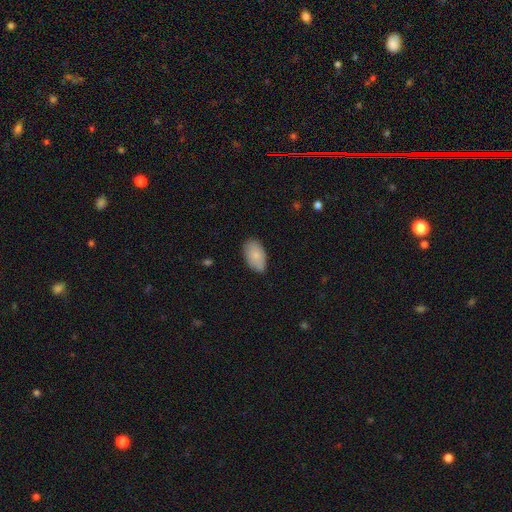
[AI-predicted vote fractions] This appears to be a smooth galaxy with no disk features (81%) that is in between round and cigar-shaped (94%). Merging: none (81%).